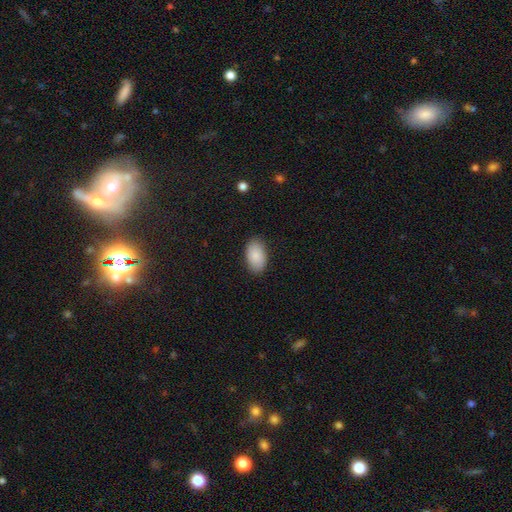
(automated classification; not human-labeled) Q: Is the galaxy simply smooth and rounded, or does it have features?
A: smooth — 87%.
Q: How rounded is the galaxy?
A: in between — 94%.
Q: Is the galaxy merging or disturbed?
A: none — 85%.